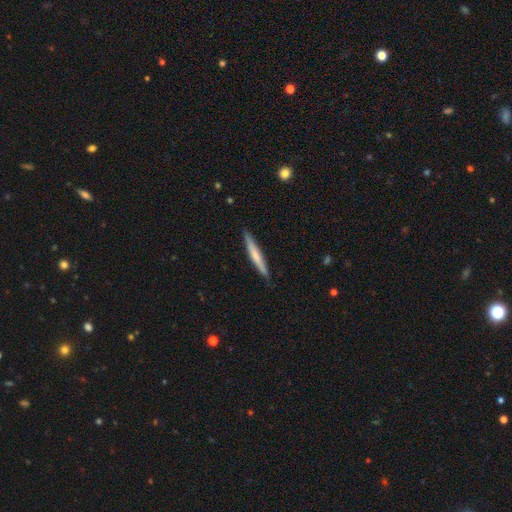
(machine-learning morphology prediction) The model was most divided on "smooth or featured": smooth: 57%, featured or disk: 38%, star or artifact: 5%. More confident: how rounded — cigar-shaped (96%); merging — none (89%).